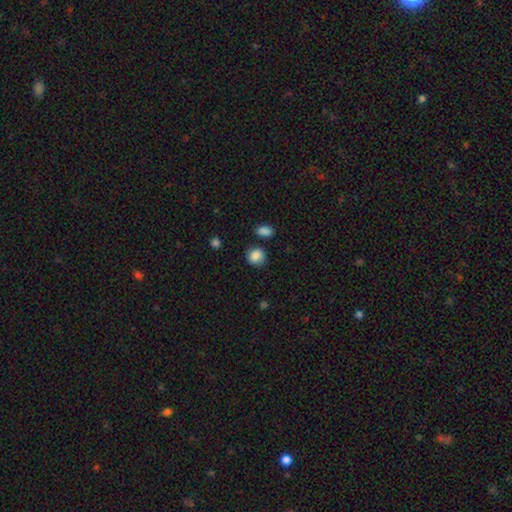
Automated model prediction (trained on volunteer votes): smooth_or_featured: smooth (p=0.85) [alt: star or artifact p=0.09]
how_rounded: round (p=0.79) [alt: in between p=0.20]
merging: none (p=0.76) [alt: minor disturbance p=0.15]